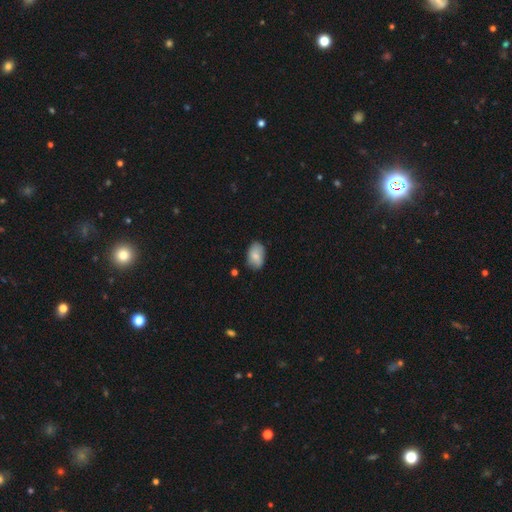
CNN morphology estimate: Q: Smooth or featured?
A: smooth (78%); runner-up: featured or disk (15%)
Q: How rounded?
A: in between (90%); runner-up: round (9%)
Q: Merging?
A: none (74%); runner-up: minor disturbance (20%)